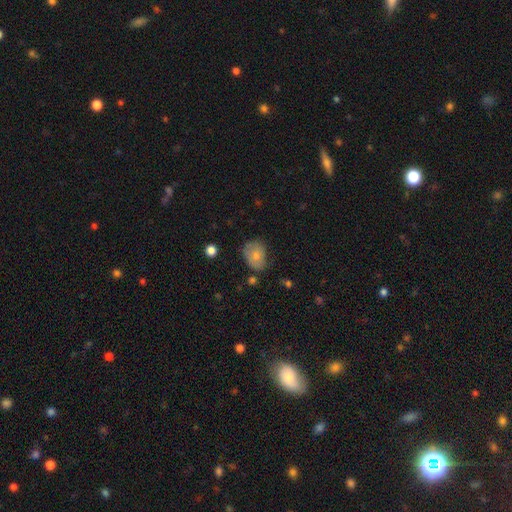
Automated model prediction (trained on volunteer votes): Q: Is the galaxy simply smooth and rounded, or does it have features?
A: smooth — 69%.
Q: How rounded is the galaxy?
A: in between — 59%.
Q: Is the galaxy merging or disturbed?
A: none — 53%.